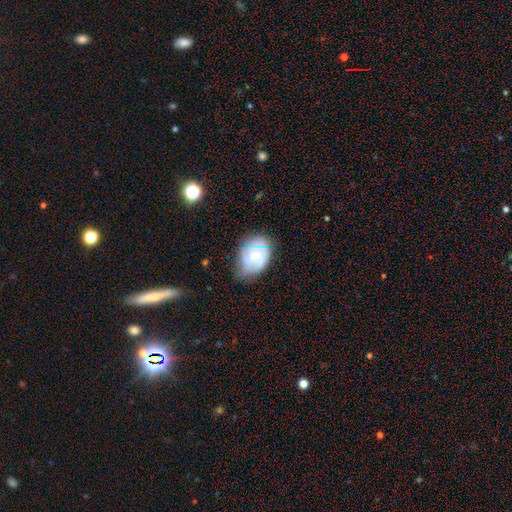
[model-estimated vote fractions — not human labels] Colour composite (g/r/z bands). It shows a featured or disk galaxy (48%). Merging: none (57%).